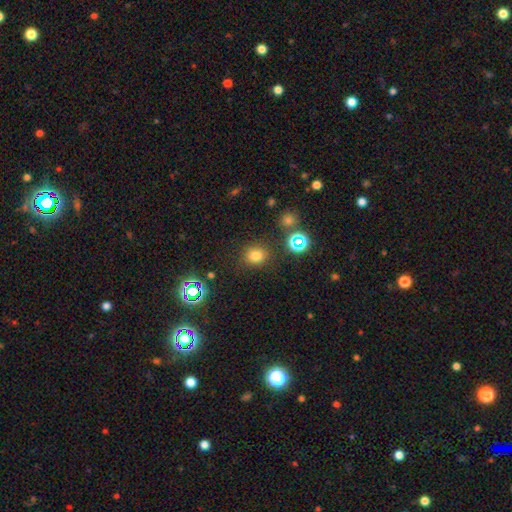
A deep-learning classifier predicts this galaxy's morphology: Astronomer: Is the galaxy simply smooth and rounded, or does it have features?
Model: smooth — 74%.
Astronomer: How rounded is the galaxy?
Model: round — 76%.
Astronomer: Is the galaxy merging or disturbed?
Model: none — 84%.